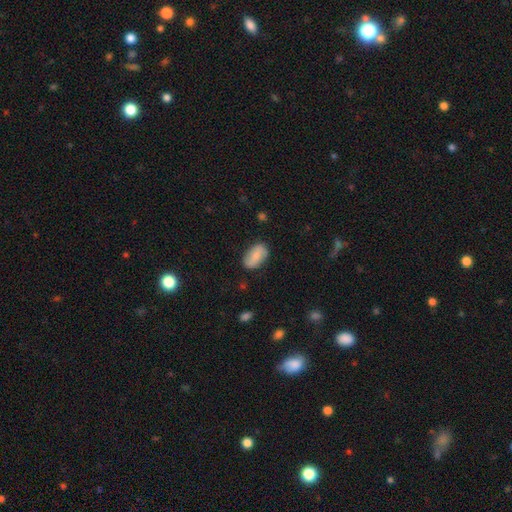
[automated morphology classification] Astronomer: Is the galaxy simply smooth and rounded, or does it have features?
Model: smooth — 71%.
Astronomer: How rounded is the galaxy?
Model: in between — 93%.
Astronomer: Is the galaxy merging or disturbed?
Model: none — 79%.